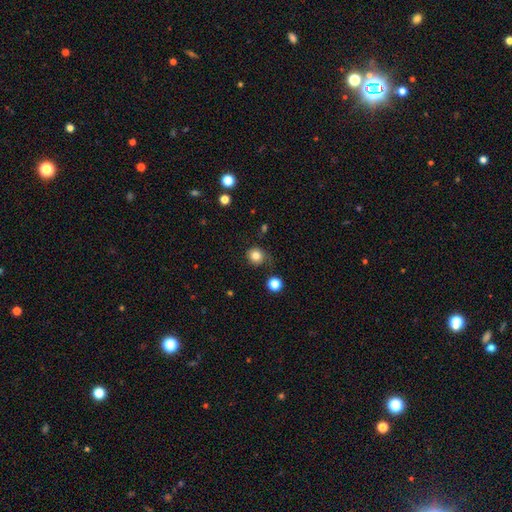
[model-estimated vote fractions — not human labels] smooth 81%, star or artifact 12%, featured or disk 7%. Down the decision tree: how rounded — round (87%); merging — none (72%).